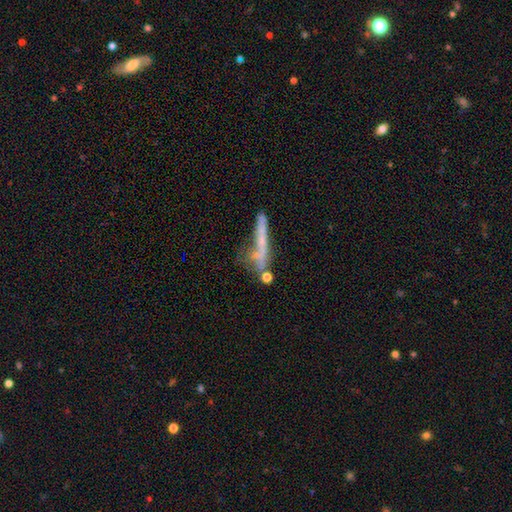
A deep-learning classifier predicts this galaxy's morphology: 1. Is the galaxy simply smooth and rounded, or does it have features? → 45% featured or disk, 43% smooth, 12% star or artifact.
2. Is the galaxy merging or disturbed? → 33% none, 25% merger, 23% major disturbance, 19% minor disturbance.